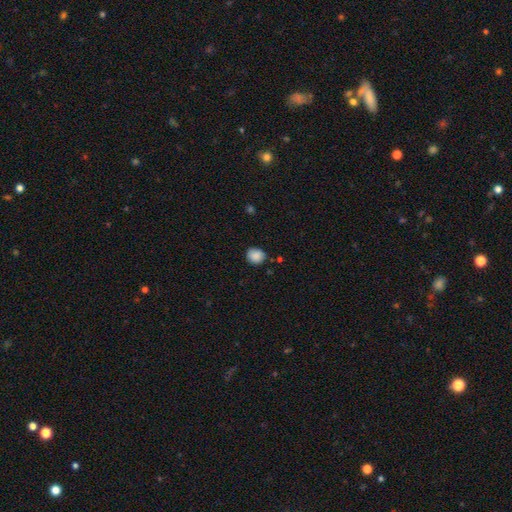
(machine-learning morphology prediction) smooth-or-featured: smooth: 87% | star or artifact: 9% | featured or disk: 4%
  how-rounded: round: 78% | in between: 21% | cigar-shaped: 1%
  merging: none: 79% | minor disturbance: 15% | merger: 3% | major disturbance: 3%